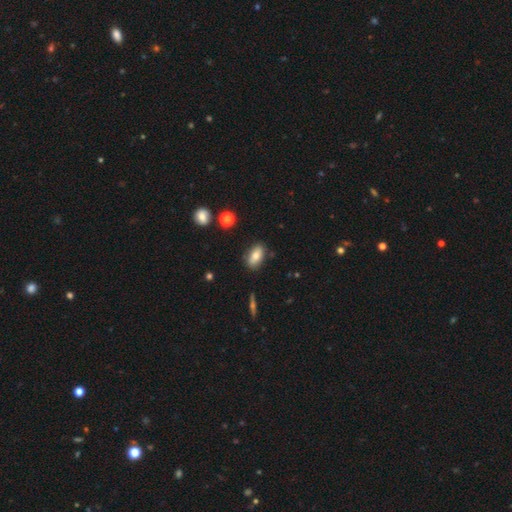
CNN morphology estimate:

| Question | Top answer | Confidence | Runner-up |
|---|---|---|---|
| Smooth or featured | smooth | 76% | featured or disk (16%) |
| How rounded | in between | 87% | cigar-shaped (7%) |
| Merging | none | 81% | minor disturbance (13%) |